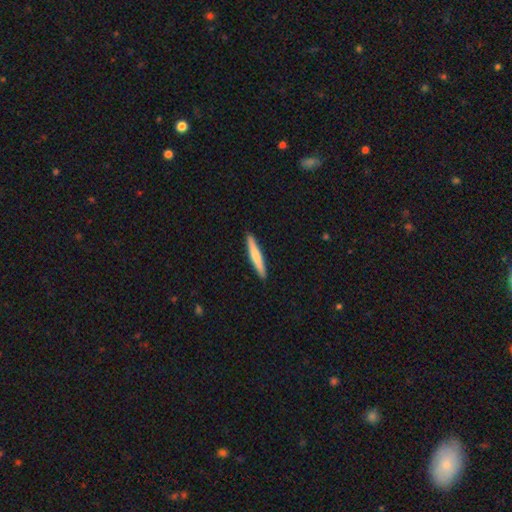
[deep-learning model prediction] The model was most divided on "smooth or featured": smooth: 67%, featured or disk: 29%, star or artifact: 5%. More confident: how rounded — cigar-shaped (94%); merging — none (91%).